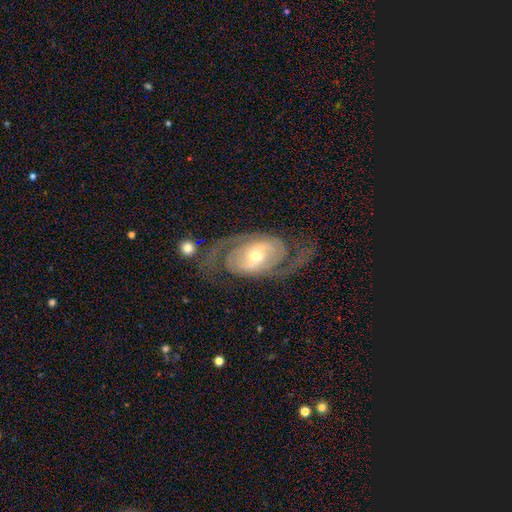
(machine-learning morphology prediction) This is clearly a featured or disk galaxy (87%). It is clearly not viewed edge-on (95%). Bar: possibly no (49%). Spiral arm pattern: clearly yes (93%). Spiral arm count: clearly 2 (89%). Spiral winding: possibly medium (46%). Central bulge: possibly moderate (53%). Merging: likely none (72%).